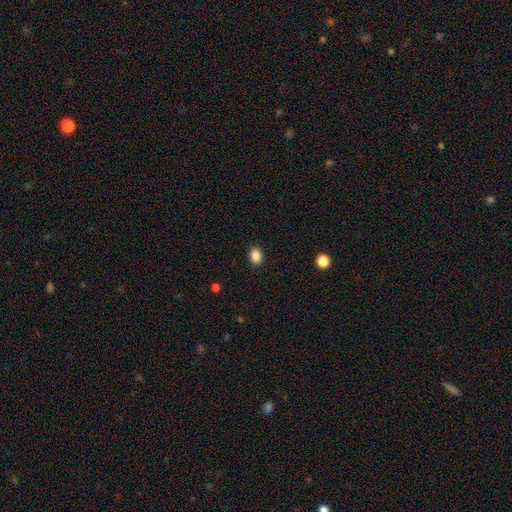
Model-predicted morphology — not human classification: smooth_or_featured: smooth (p=0.87) [alt: star or artifact p=0.10]
how_rounded: in between (p=0.74) [alt: round p=0.25]
merging: none (p=0.89) [alt: minor disturbance p=0.08]